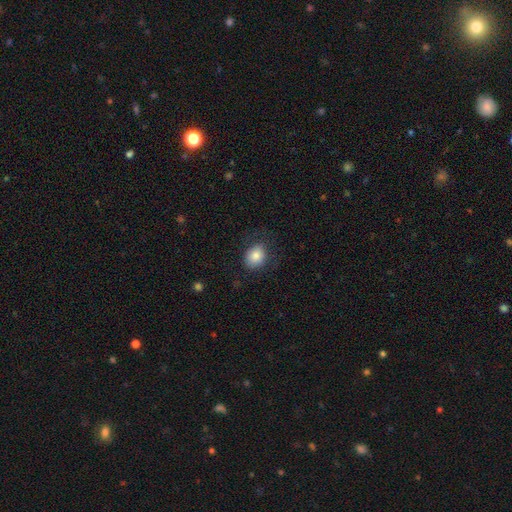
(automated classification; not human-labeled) Smooth or featured?
  - smooth: 84% *
  - star or artifact: 9%
  - featured or disk: 8%
How rounded?
  - round: 51% *
  - in between: 48%
  - cigar-shaped: 1%
Merging?
  - none: 73% *
  - minor disturbance: 18%
  - major disturbance: 8%
  - merger: 1%